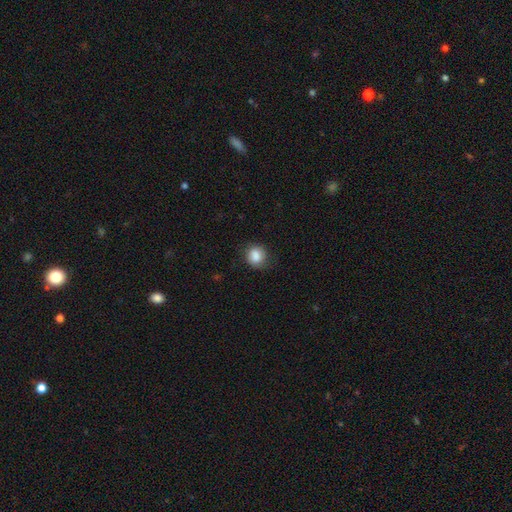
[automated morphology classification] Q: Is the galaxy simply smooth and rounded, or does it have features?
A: smooth — 86%.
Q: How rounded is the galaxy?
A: round — 75%.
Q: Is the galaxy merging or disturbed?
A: none — 78%.